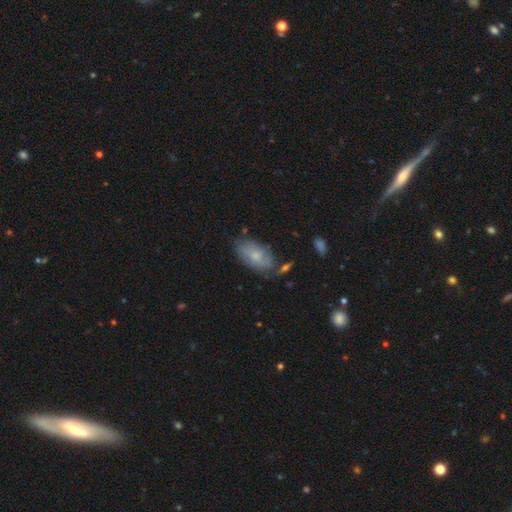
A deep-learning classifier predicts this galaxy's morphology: smooth_or_featured: smooth (p=0.59) [alt: featured or disk p=0.34]
how_rounded: in between (p=0.92) [alt: round p=0.05]
merging: none (p=0.64) [alt: minor disturbance p=0.24]